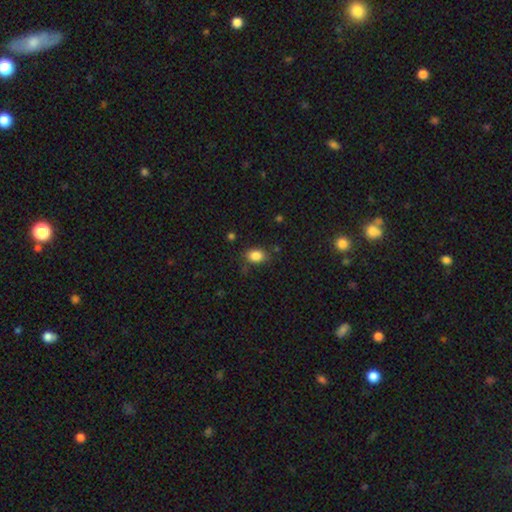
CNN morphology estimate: This appears to be a smooth galaxy with no disk features (85%) that is in between round and cigar-shaped (74%). Merging: none (78%).